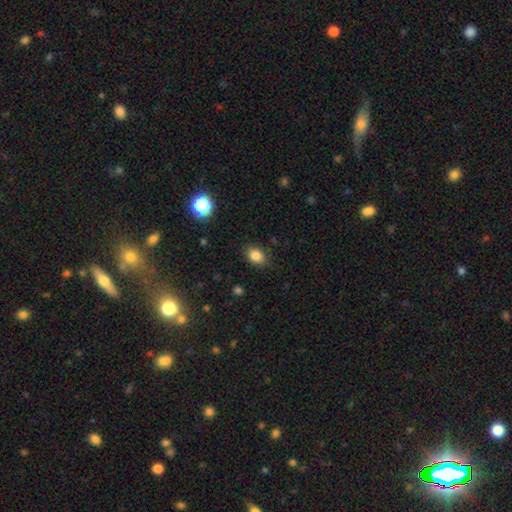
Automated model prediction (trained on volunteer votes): Overall: smooth (84%). How rounded: in between (64%; round 35%). Merging: none (83%).